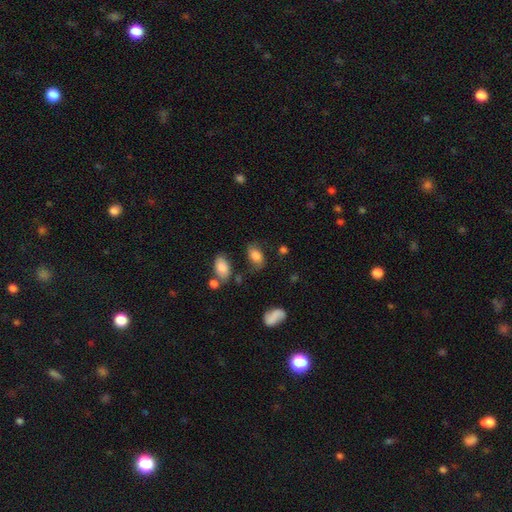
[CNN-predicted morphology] Q: Smooth or featured?
A: smooth (77%); runner-up: featured or disk (14%)
Q: How rounded?
A: in between (87%); runner-up: round (11%)
Q: Merging?
A: none (61%); runner-up: minor disturbance (24%)